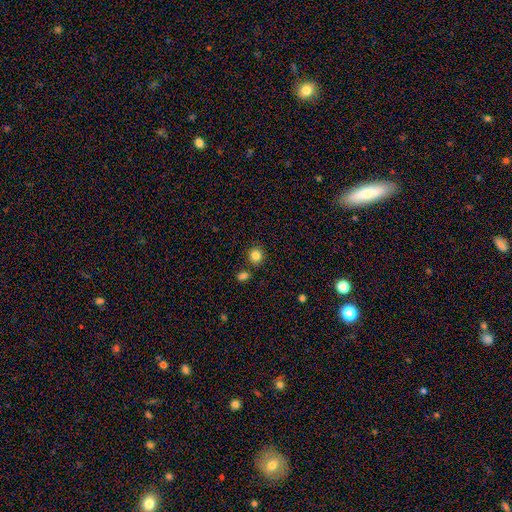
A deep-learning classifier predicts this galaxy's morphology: A smooth galaxy with no disk features (84%) that is round (88%). Merging: none (81%).